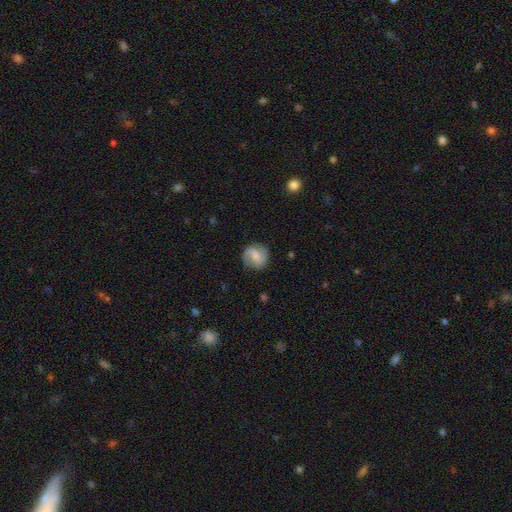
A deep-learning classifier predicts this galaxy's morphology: This is likely a featured or disk galaxy (63%). It is clearly not viewed edge-on (98%). Bar: possibly weak (51%). Spiral arm pattern: clearly yes (93%). Spiral arm count: clearly 2 (87%). Spiral winding: possibly medium (47%). Central bulge: marginally moderate (38%). Merging: clearly none (81%).